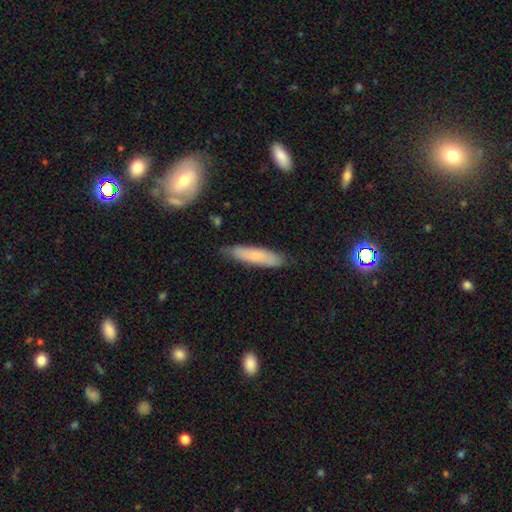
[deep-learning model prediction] smooth_or_featured: smooth (p=0.72) [alt: featured or disk p=0.21]
how_rounded: cigar-shaped (p=0.79) [alt: in between p=0.19]
merging: none (p=0.82) [alt: minor disturbance p=0.14]